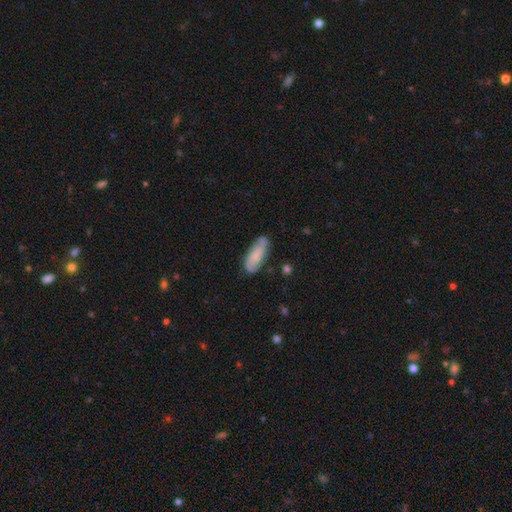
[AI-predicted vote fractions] smooth_or_featured: smooth (p=0.58) [alt: featured or disk p=0.35]
how_rounded: in between (p=0.70) [alt: cigar-shaped p=0.28]
merging: none (p=0.71) [alt: minor disturbance p=0.22]